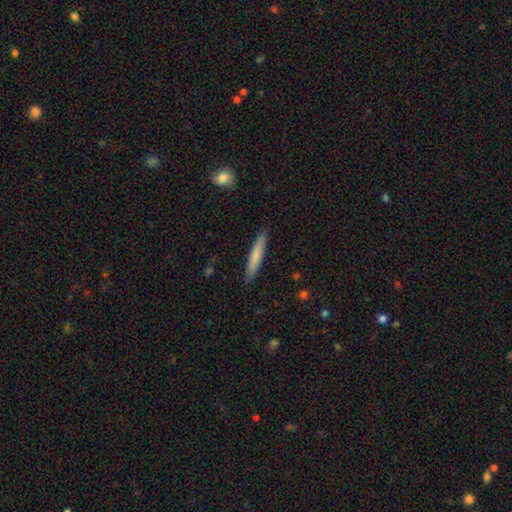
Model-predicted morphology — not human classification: smooth_or_featured: smooth (p=0.75) [alt: featured or disk p=0.20]
how_rounded: cigar-shaped (p=0.93) [alt: in between p=0.06]
merging: none (p=0.88) [alt: minor disturbance p=0.09]